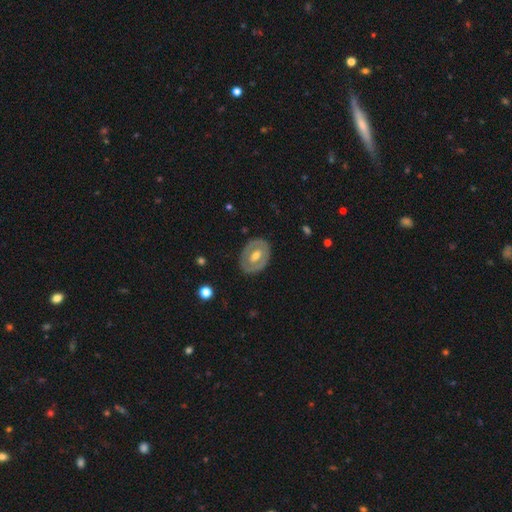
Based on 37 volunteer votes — Volunteers were most divided on "smooth or featured": smooth: 54%, featured or disk: 41%, star or artifact: 5%. More confident: merging — none (91%); how rounded — in between (85%).